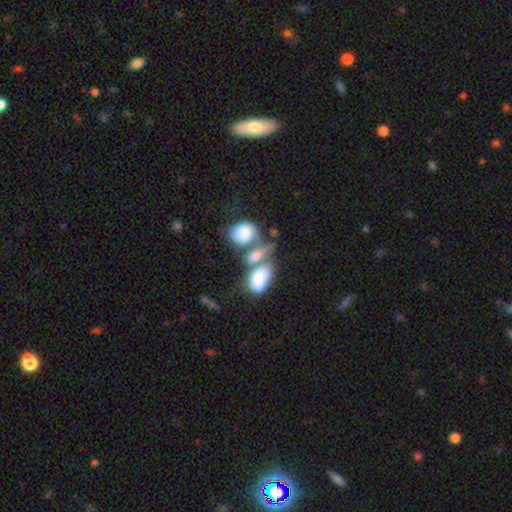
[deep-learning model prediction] The model was most divided on "merging": merger: 63%, none: 17%, major disturbance: 11%, minor disturbance: 9%. More confident: how rounded — in between (85%); smooth or featured — smooth (71%).